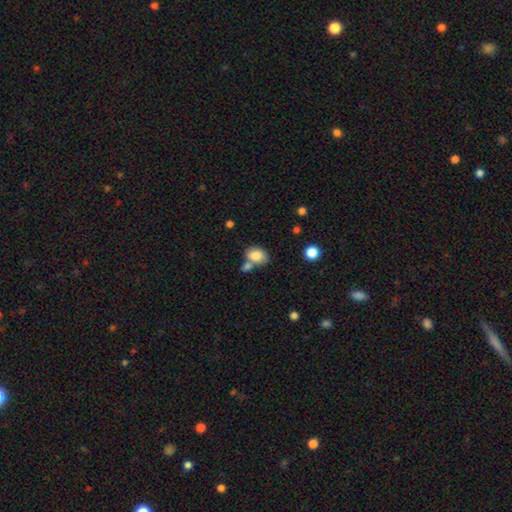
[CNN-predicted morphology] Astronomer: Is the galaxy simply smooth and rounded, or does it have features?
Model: smooth — 82%.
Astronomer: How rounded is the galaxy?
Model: in between — 72%.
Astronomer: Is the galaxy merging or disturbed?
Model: none — 48% (runner-up: merger, 32%).